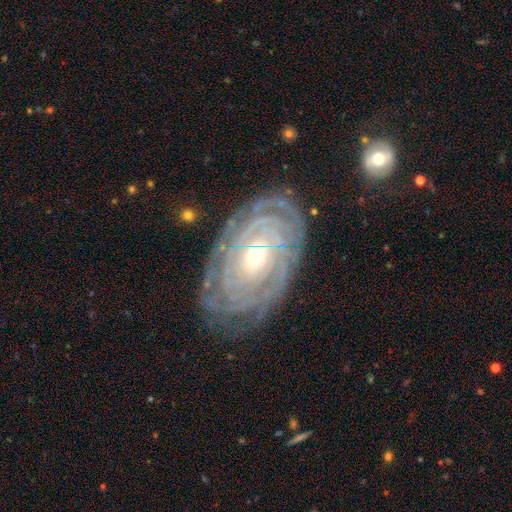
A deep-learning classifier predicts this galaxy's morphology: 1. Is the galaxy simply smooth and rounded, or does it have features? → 87% featured or disk, 7% smooth, 6% star or artifact.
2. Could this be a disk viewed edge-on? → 95% no, 5% yes.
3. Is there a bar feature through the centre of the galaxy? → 67% no, 22% weak, 11% strong.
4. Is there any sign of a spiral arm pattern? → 95% yes, 5% no.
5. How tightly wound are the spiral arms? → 88% tight, 10% medium, 2% loose.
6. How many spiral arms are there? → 39% can't tell, 16% 4, 14% more than 4, 13% 3, 12% 2, 6% 1.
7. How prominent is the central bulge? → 48% moderate, 47% small, 3% large, 1% dominant, 1% none.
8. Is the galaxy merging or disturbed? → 79% none, 14% minor disturbance, 5% major disturbance, 2% merger.